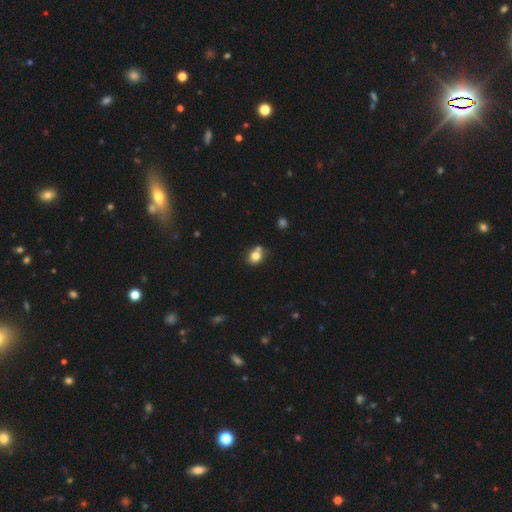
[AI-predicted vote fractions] smooth 79%, star or artifact 11%, featured or disk 10%. Down the decision tree: how rounded — round (62%); merging — none (59%).